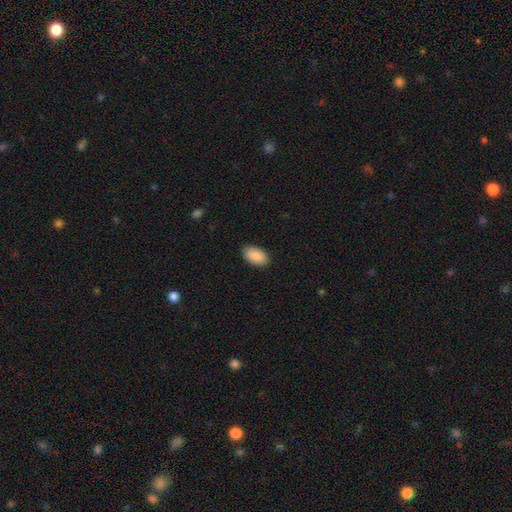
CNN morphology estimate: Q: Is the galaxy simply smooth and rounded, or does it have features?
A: smooth — 89%.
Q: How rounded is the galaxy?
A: in between — 95%.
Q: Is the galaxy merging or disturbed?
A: none — 88%.